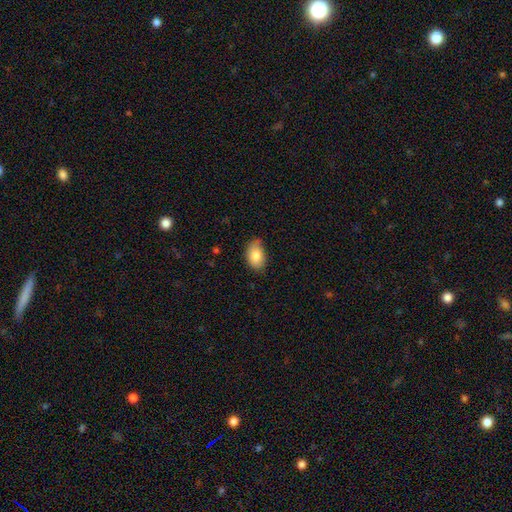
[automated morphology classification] smooth 84%, featured or disk 9%, star or artifact 7%. Down the decision tree: how rounded — in between (90%); merging — none (76%).